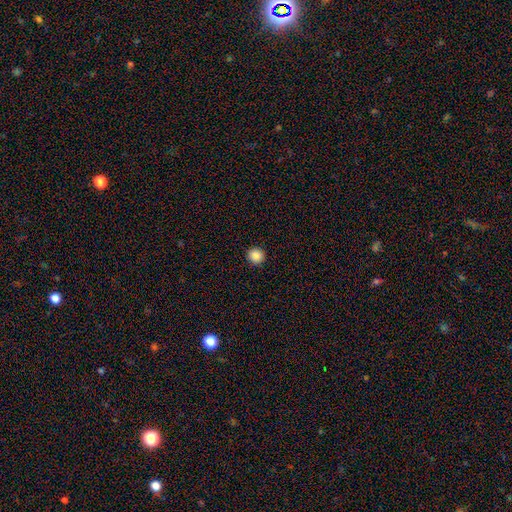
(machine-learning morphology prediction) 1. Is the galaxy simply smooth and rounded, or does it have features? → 88% smooth, 10% star or artifact, 3% featured or disk.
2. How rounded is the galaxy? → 94% round, 5% in between, 1% cigar-shaped.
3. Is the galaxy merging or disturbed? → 93% none, 5% minor disturbance, 2% major disturbance, 1% merger.